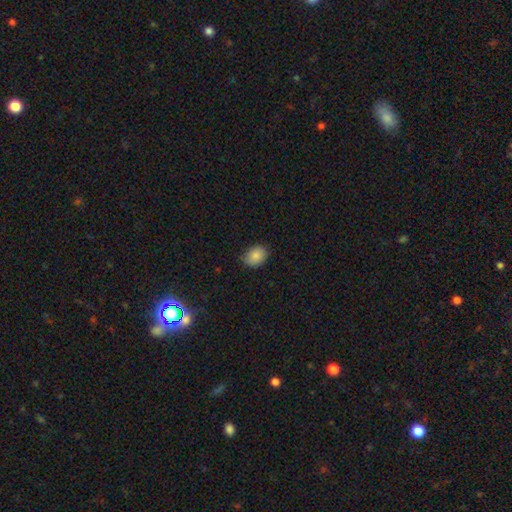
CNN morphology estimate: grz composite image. It shows a smooth galaxy with no disk features (86%) that is in between round and cigar-shaped (64%). Merging: none (78%).